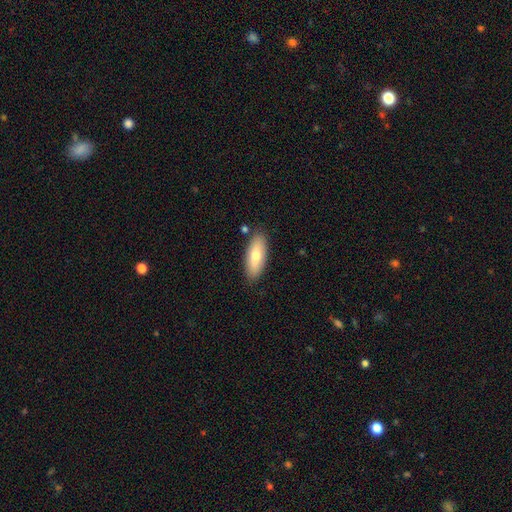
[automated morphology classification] This appears to be a smooth galaxy with no disk features (72%) that is in between round and cigar-shaped (75%). Merging: none (84%).